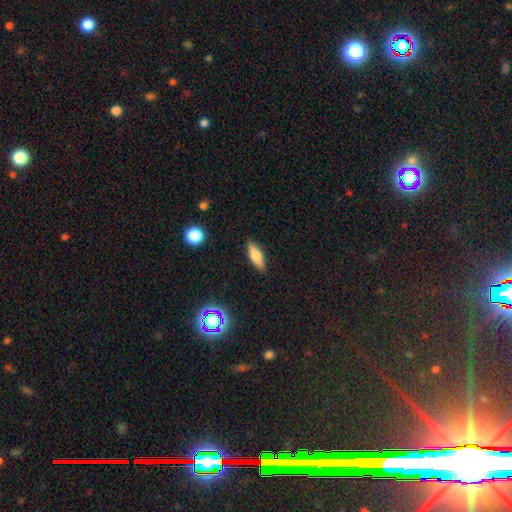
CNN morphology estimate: This is likely a smooth galaxy (65%). How rounded: possibly in between (50%). Merging: clearly none (87%).